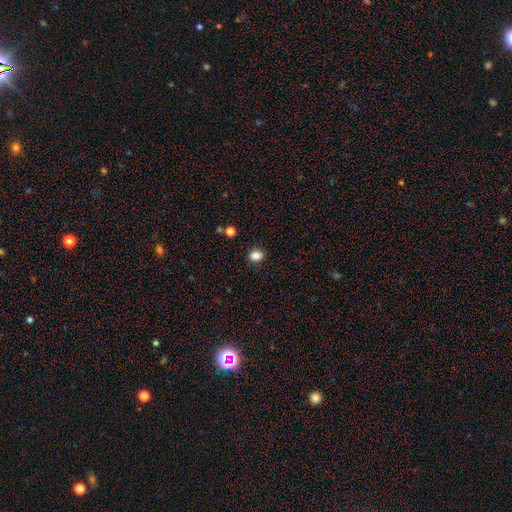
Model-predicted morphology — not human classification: A smooth galaxy with no disk features (85%) that is round (59%). Merging: none (88%).